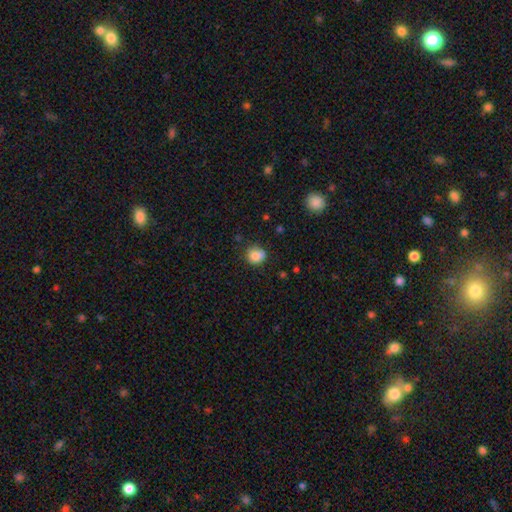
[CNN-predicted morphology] Smooth or featured? Predicted: smooth (p=0.84). How rounded? Predicted: round (p=0.73). Merging? Predicted: none (p=0.65).